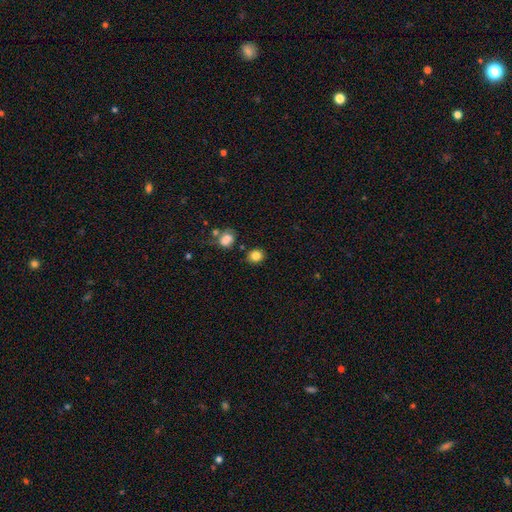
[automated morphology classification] The model was most divided on "how rounded": round: 72%, in between: 27%, cigar-shaped: 1%. More confident: smooth or featured — smooth (84%); merging — none (82%).